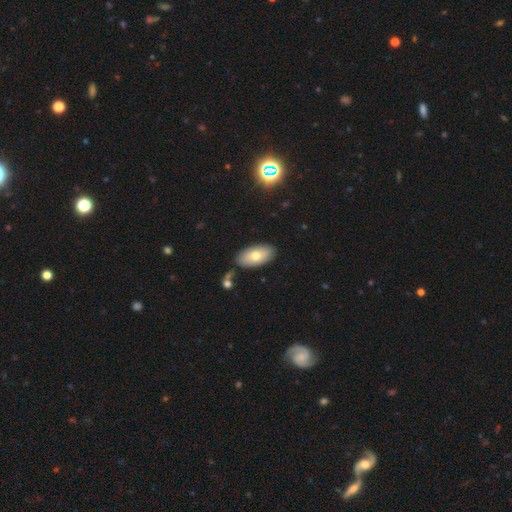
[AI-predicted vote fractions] Smooth or featured? smooth (71%)
How rounded? in between (93%)
Merging? none (81%)